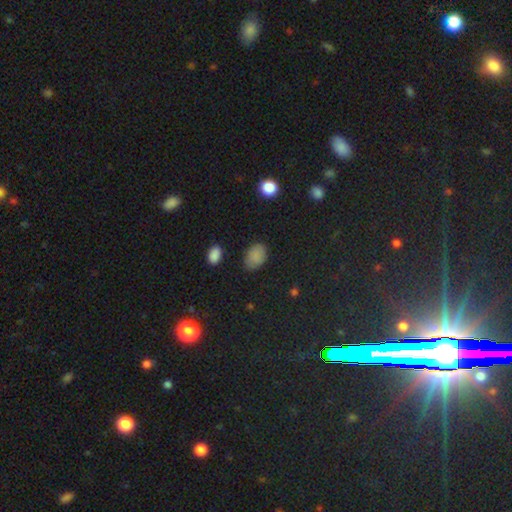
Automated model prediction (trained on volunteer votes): The model was most divided on "merging": none: 76%, minor disturbance: 18%, major disturbance: 4%, merger: 2%. More confident: how rounded — in between (87%); smooth or featured — smooth (83%).